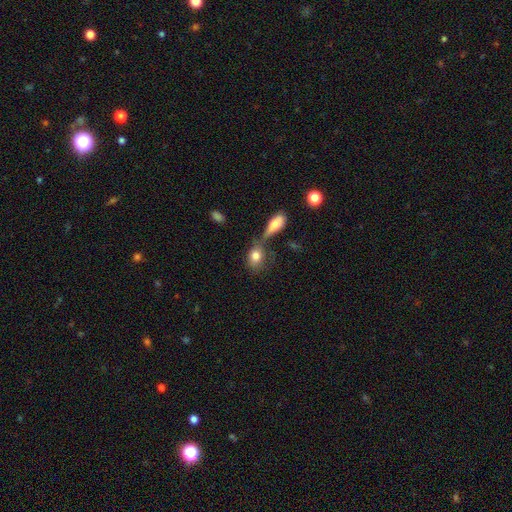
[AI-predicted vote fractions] Smooth or featured? Predicted: smooth (p=0.80). How rounded? Predicted: in between (p=0.69). Merging? Predicted: none (p=0.40).